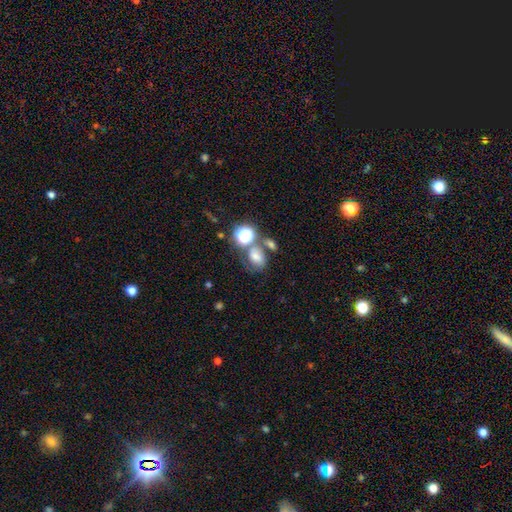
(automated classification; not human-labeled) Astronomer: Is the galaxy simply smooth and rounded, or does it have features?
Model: smooth — 59%.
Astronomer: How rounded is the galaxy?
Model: in between — 60% (runner-up: round, 38%).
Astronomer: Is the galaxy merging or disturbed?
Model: none — 42% (runner-up: merger, 31%).